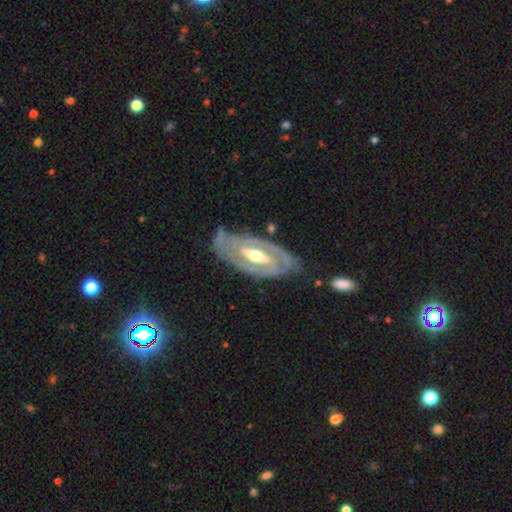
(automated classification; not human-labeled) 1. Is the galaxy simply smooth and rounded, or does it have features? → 86% featured or disk, 10% smooth, 4% star or artifact.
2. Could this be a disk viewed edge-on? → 93% no, 7% yes.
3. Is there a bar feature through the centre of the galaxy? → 37% strong, 33% weak, 30% no.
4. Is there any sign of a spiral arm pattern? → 80% yes, 20% no.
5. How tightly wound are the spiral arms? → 67% tight, 25% medium, 8% loose.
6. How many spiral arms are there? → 68% 2, 20% can't tell, 5% 1, 4% 3, 2% 4, 2% more than 4.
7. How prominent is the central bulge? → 71% moderate, 21% small, 6% large, 1% dominant, 1% none.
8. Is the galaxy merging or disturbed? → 69% none, 20% minor disturbance, 8% major disturbance, 3% merger.